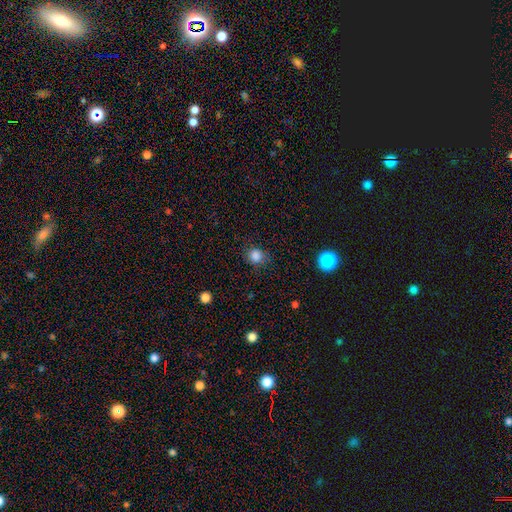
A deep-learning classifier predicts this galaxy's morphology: Smooth or featured? smooth (85%)
How rounded? round (81%)
Merging? none (82%)